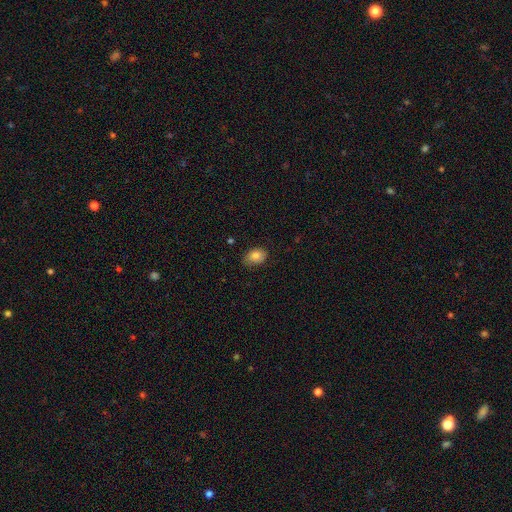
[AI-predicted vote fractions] smooth_or_featured: smooth (p=0.83) [alt: featured or disk p=0.09]
how_rounded: in between (p=0.77) [alt: round p=0.22]
merging: none (p=0.77) [alt: minor disturbance p=0.19]